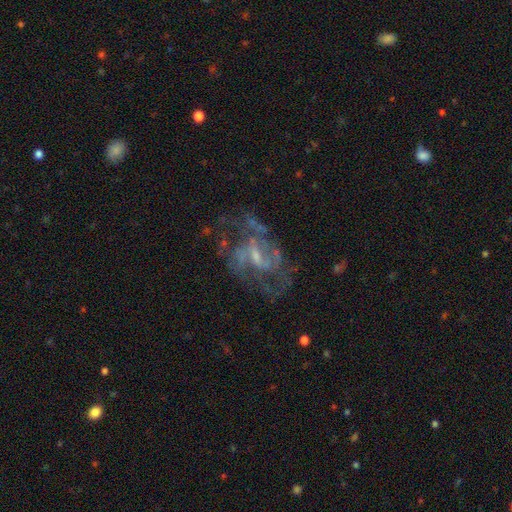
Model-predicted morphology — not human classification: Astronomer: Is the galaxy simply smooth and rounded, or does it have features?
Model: featured or disk — 82%.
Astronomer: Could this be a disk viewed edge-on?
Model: no — 97%.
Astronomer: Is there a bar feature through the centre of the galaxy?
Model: weak — 54%.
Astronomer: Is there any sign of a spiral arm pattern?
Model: yes — 82%.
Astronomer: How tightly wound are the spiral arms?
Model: medium — 51% (runner-up: loose, 27%).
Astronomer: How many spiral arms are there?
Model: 2 — 52%.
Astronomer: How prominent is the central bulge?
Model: small — 55%.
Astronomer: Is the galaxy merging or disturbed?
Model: none — 55%.